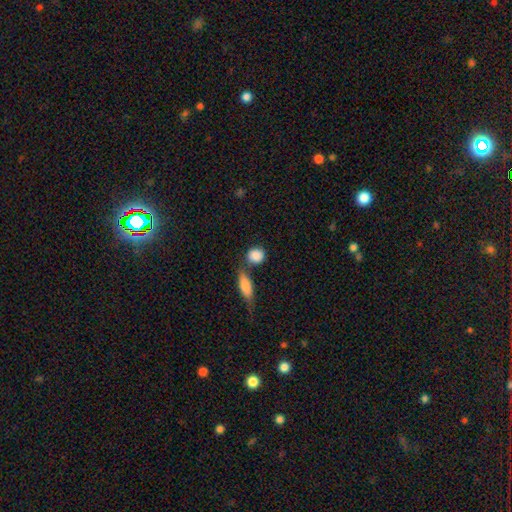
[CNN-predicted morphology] type=smooth (87%); roundness=round (70%); merging=none (58%).